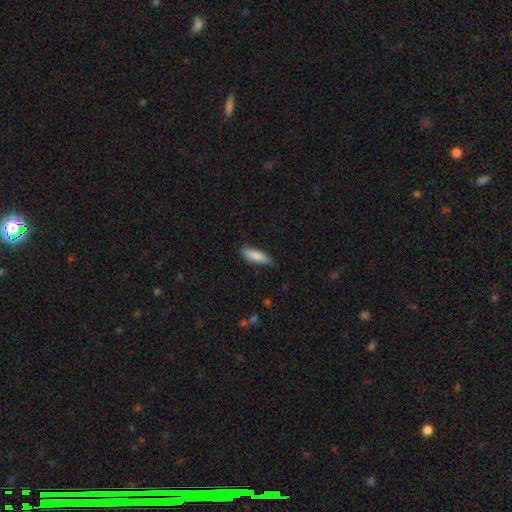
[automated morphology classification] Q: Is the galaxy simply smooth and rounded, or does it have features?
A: smooth — 86%.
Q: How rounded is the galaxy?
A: cigar-shaped — 50%.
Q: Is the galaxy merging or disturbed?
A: none — 70%.